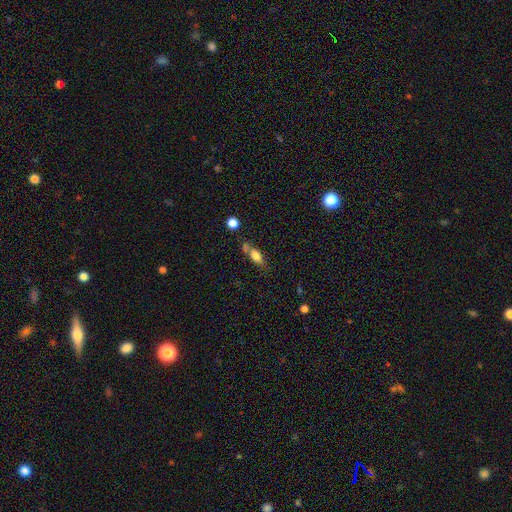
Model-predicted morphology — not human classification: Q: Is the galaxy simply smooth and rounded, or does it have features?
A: smooth — 75%.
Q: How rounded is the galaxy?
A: in between — 78%.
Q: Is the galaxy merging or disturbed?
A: none — 47%.